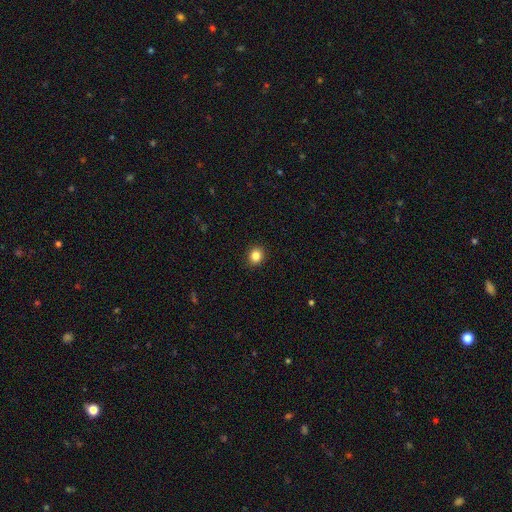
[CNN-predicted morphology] A smooth galaxy with no disk features (85%) that is round (75%). Merging: none (92%).